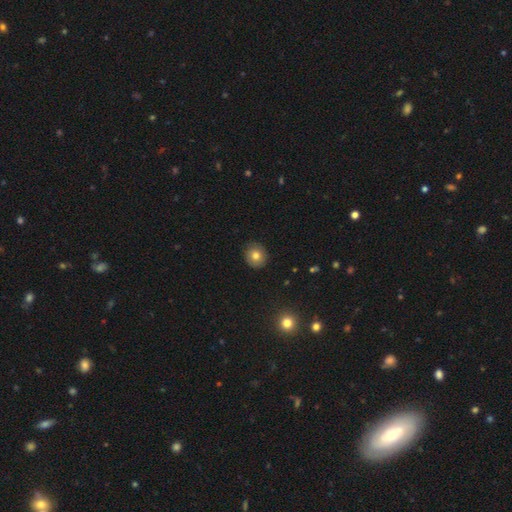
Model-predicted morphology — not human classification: smooth-or-featured: smooth: 77% | featured or disk: 12% | star or artifact: 11%
  how-rounded: round: 79% | in between: 20% | cigar-shaped: 1%
  merging: none: 88% | minor disturbance: 9% | major disturbance: 2% | merger: 1%